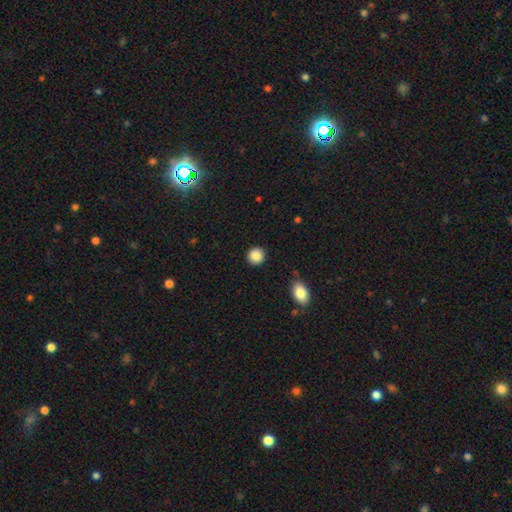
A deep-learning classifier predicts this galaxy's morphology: Smooth or featured: smooth — 89% (star or artifact — 8%)
How rounded: round — 91% (in between — 8%)
Merging: none — 90% (minor disturbance — 6%)